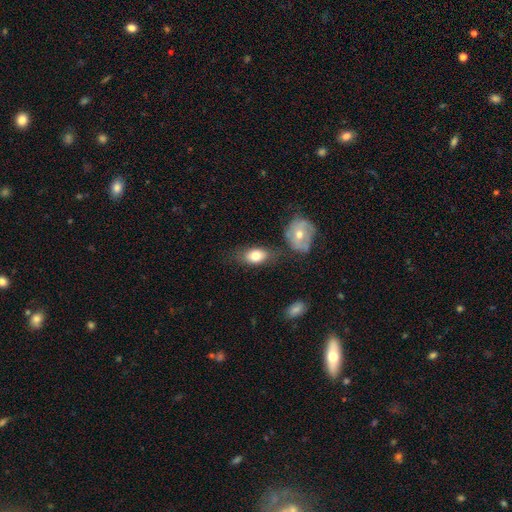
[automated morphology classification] Smooth or featured? Predicted: smooth (p=0.77). How rounded? Predicted: in between (p=0.86). Merging? Predicted: none (p=0.59).